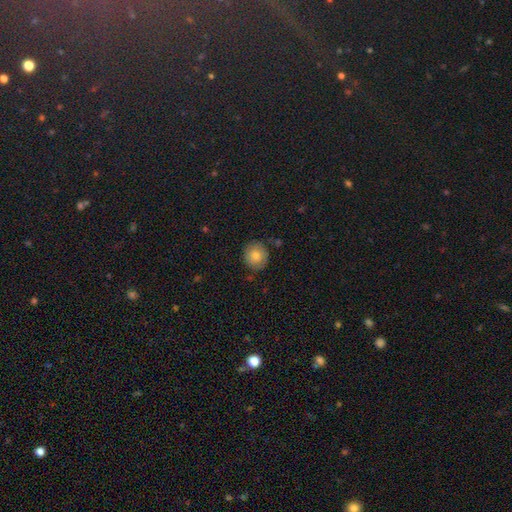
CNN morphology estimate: This is clearly a smooth galaxy (80%). How rounded: clearly round (84%). Merging: clearly none (83%).